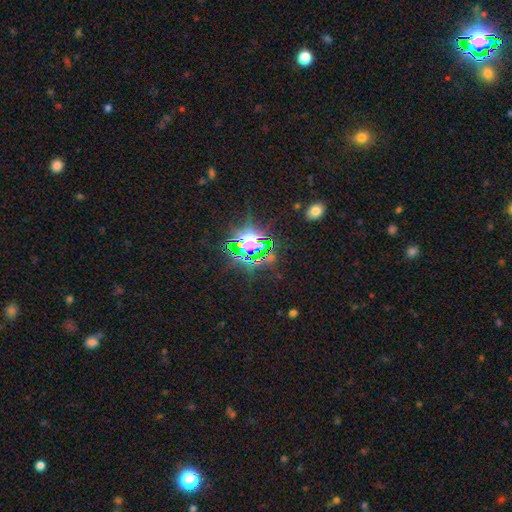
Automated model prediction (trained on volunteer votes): Q: Smooth or featured?
A: star or artifact (79%); runner-up: smooth (12%)